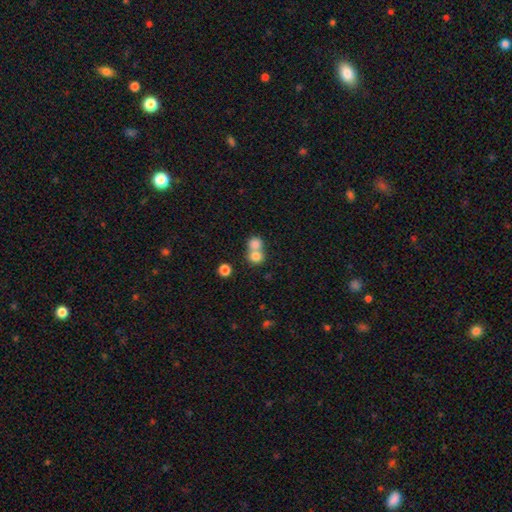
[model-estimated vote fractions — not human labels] Smooth or featured?
  - smooth: 79% *
  - star or artifact: 11%
  - featured or disk: 10%
How rounded?
  - round: 78% *
  - in between: 21%
  - cigar-shaped: 1%
Merging?
  - merger: 58% *
  - none: 34%
  - minor disturbance: 5%
  - major disturbance: 3%